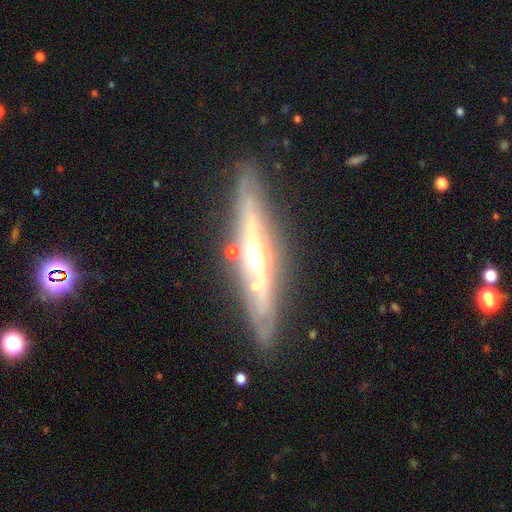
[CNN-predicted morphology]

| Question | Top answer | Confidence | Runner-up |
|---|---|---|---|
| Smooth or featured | featured or disk | 81% | smooth (13%) |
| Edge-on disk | yes | 86% | no (14%) |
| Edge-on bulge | rounded | 73% | none (20%) |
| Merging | none | 81% | minor disturbance (13%) |